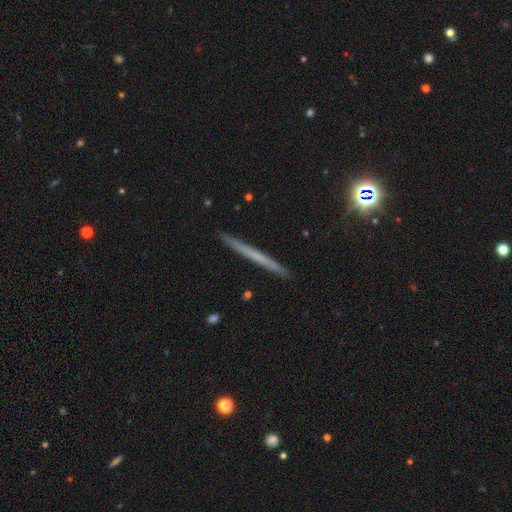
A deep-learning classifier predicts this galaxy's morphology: The model was most divided on "smooth or featured": featured or disk: 49%, smooth: 43%, star or artifact: 8%. More confident: merging — none (92%).